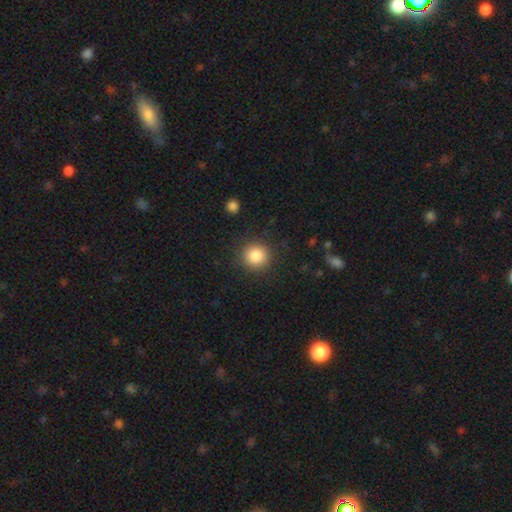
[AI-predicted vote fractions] smooth 85%, star or artifact 10%, featured or disk 5%. Down the decision tree: how rounded — round (93%); merging — none (89%).